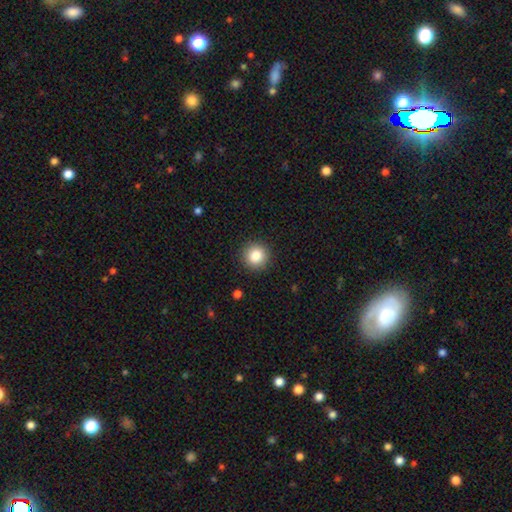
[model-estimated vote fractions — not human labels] Q: Smooth or featured?
A: smooth (85%); runner-up: star or artifact (10%)
Q: How rounded?
A: round (92%); runner-up: in between (7%)
Q: Merging?
A: none (91%); runner-up: minor disturbance (6%)